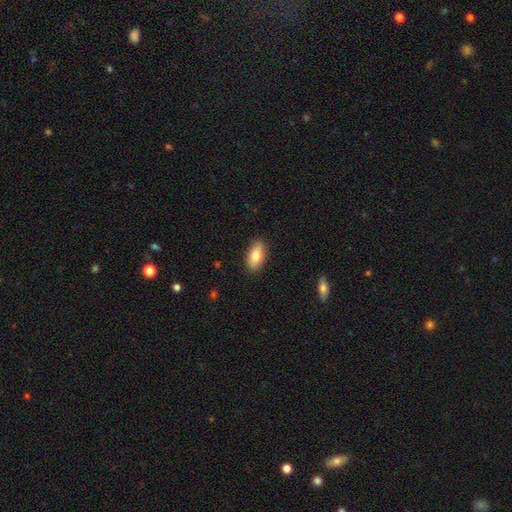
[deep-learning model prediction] Smooth or featured? smooth (79%)
How rounded? in between (89%)
Merging? none (88%)